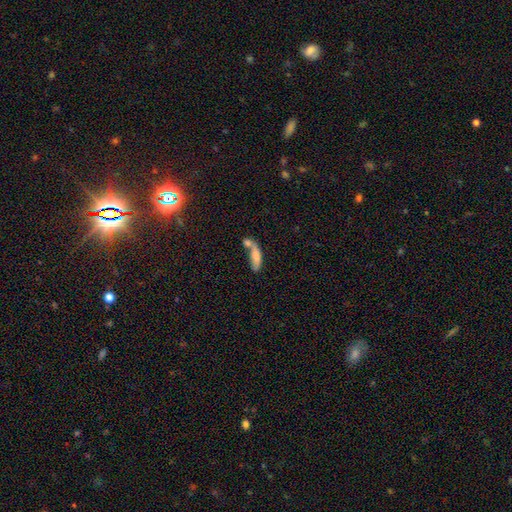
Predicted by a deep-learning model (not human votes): Q: Smooth or featured?
A: smooth (72%); runner-up: featured or disk (20%)
Q: How rounded?
A: cigar-shaped (51%); runner-up: in between (46%)
Q: Merging?
A: merger (56%); runner-up: none (24%)